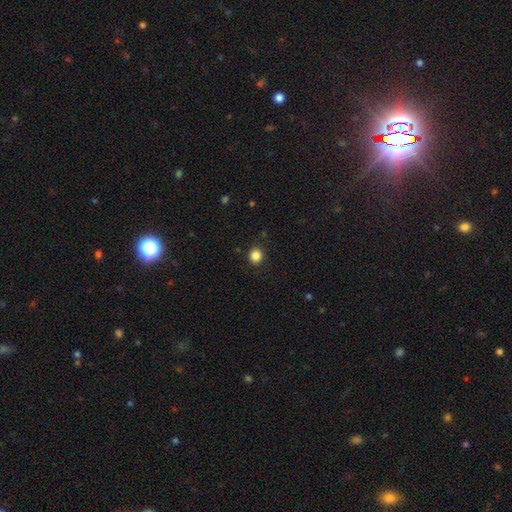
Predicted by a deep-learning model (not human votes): Smooth or featured? smooth (85%)
How rounded? round (87%)
Merging? none (91%)